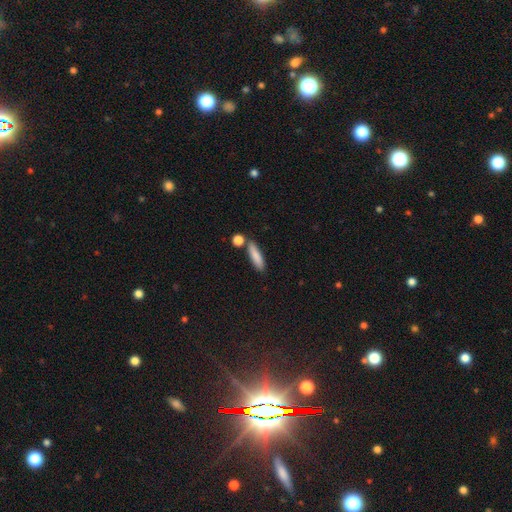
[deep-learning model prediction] Smooth or featured?
  - smooth: 83% *
  - featured or disk: 10%
  - star or artifact: 7%
How rounded?
  - cigar-shaped: 66% *
  - in between: 31%
  - round: 3%
Merging?
  - none: 73% *
  - minor disturbance: 13%
  - merger: 12%
  - major disturbance: 3%